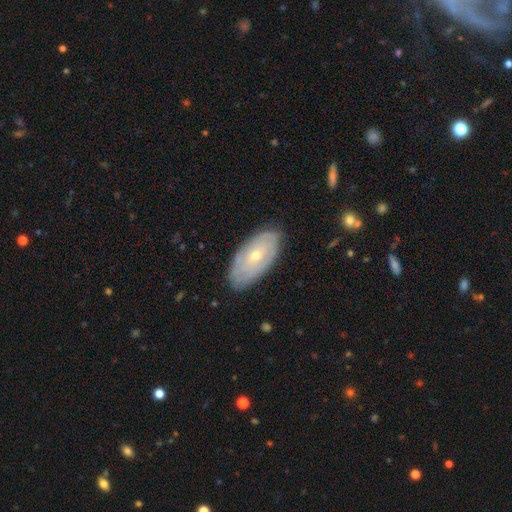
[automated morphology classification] Smooth or featured? featured or disk (58%)
Edge-on disk? no (89%)
Bar? no (81%)
Spiral arms? yes (57%)
Bulge size? small (57%)
Merging? none (81%)